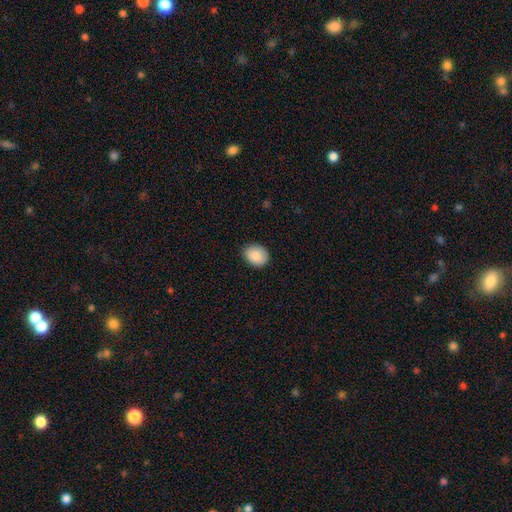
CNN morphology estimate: Overall: smooth (88%). How rounded: in between (51%; round 48%). Merging: none (86%).